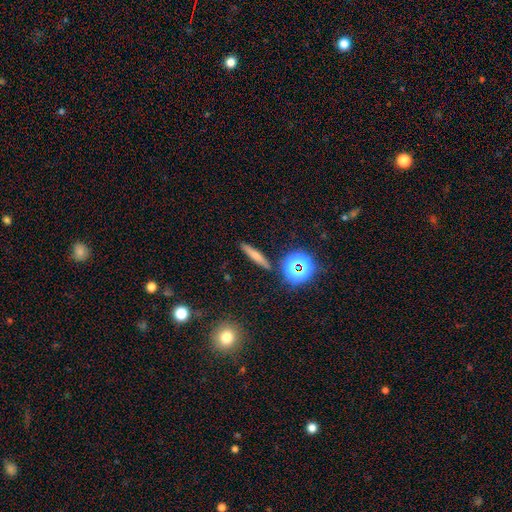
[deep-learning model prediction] Smooth or featured? smooth (63%)
How rounded? cigar-shaped (82%)
Merging? none (86%)